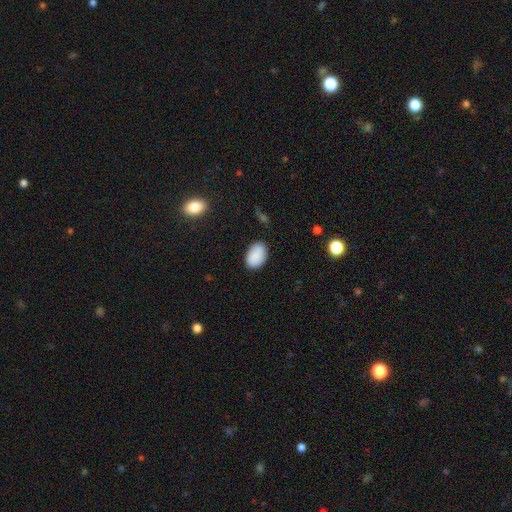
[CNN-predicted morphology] smooth 90%, star or artifact 7%, featured or disk 3%. Down the decision tree: how rounded — in between (89%); merging — none (85%).